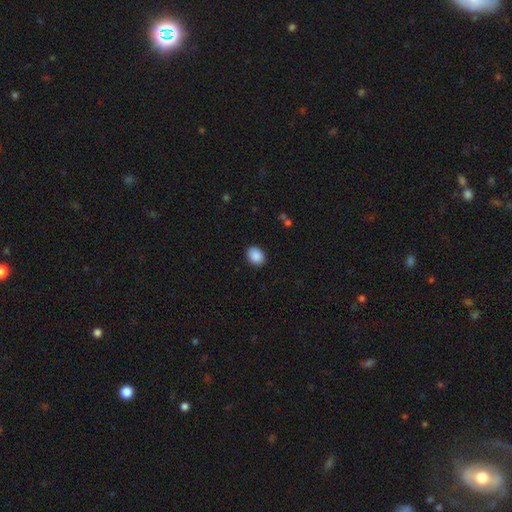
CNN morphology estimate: This is clearly a smooth galaxy (89%). How rounded: possibly in between (57%). Merging: clearly none (90%).